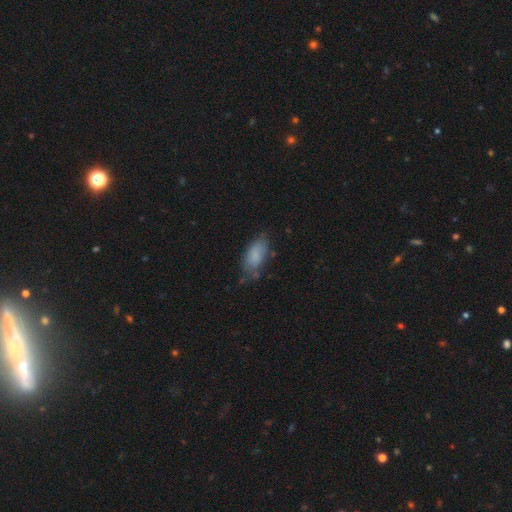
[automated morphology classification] smooth_or_featured: smooth (p=0.74) [alt: featured or disk p=0.16]
how_rounded: in between (p=0.85) [alt: cigar-shaped p=0.13]
merging: none (p=0.60) [alt: minor disturbance p=0.27]